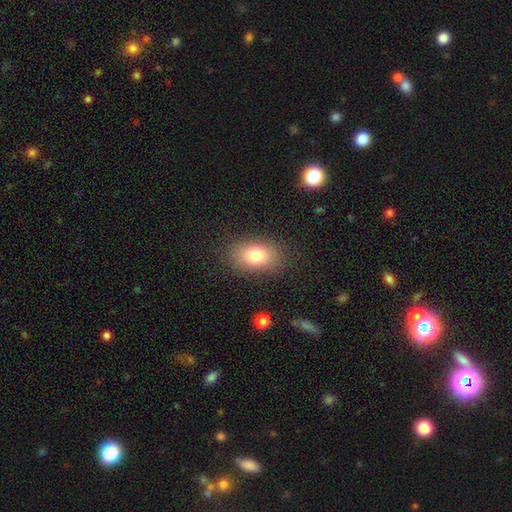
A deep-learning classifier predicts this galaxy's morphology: Smooth or featured?
  - smooth: 79% *
  - featured or disk: 11%
  - star or artifact: 10%
How rounded?
  - in between: 81% *
  - round: 17%
  - cigar-shaped: 1%
Merging?
  - none: 85% *
  - minor disturbance: 10%
  - major disturbance: 4%
  - merger: 1%